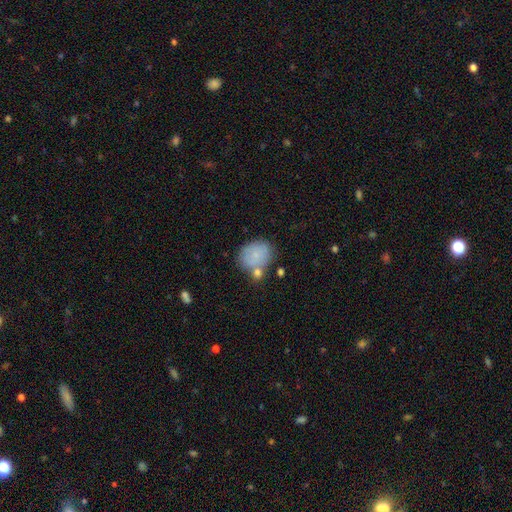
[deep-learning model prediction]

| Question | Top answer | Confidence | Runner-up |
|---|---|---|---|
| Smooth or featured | smooth | 79% | featured or disk (13%) |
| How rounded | round | 54% | in between (45%) |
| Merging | none | 54% | merger (21%) |